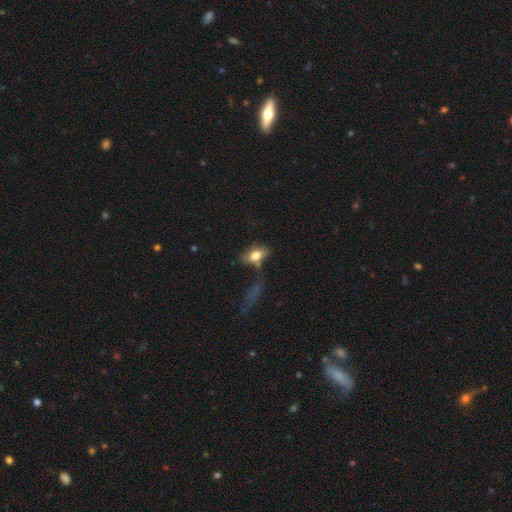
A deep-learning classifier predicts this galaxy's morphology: smooth 74%, featured or disk 18%, star or artifact 9%. Down the decision tree: how rounded — in between (84%); merging — none (45%).